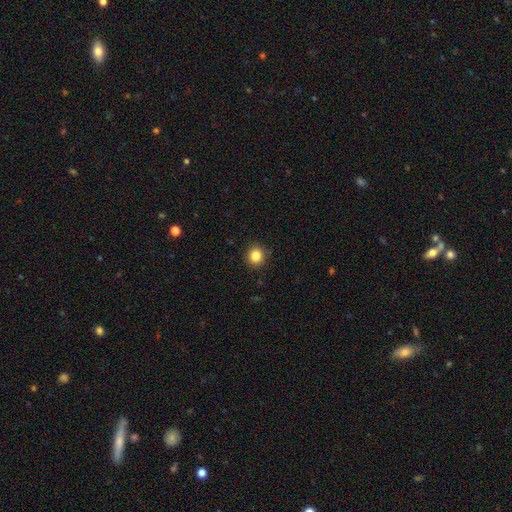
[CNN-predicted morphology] Smooth or featured? Predicted: smooth (p=0.84). How rounded? Predicted: round (p=0.89). Merging? Predicted: none (p=0.91).